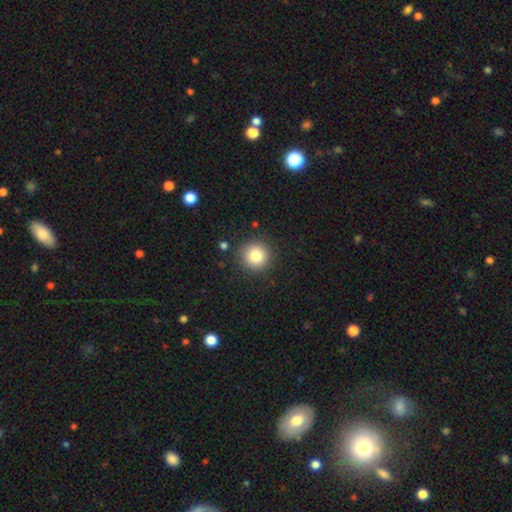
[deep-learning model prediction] Overall: smooth (82%). How rounded: round (94%). Merging: none (89%).